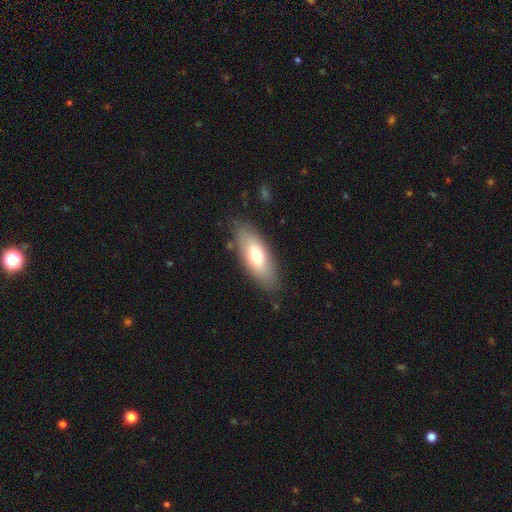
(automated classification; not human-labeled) Smooth or featured? smooth (68%)
How rounded? in between (79%)
Merging? none (83%)